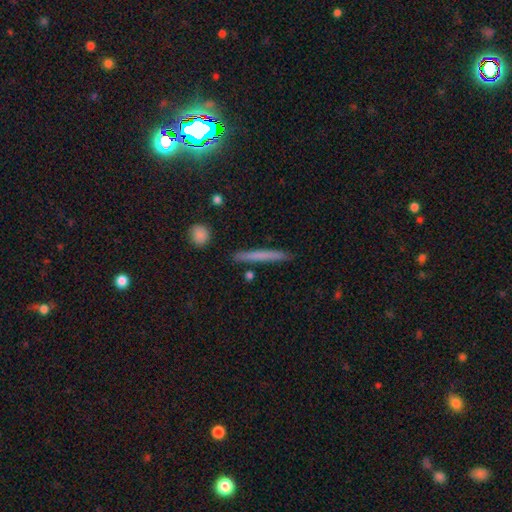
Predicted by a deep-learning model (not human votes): Smooth or featured: smooth — 65% (featured or disk — 28%)
How rounded: cigar-shaped — 96% (in between — 2%)
Merging: none — 89% (minor disturbance — 7%)